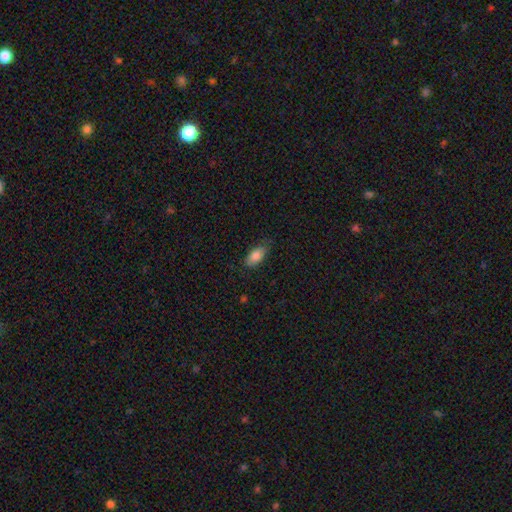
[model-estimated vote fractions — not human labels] smooth-or-featured: smooth: 83% | featured or disk: 10% | star or artifact: 7%
  how-rounded: in between: 88% | cigar-shaped: 9% | round: 3%
  merging: none: 75% | minor disturbance: 20% | major disturbance: 4% | merger: 1%